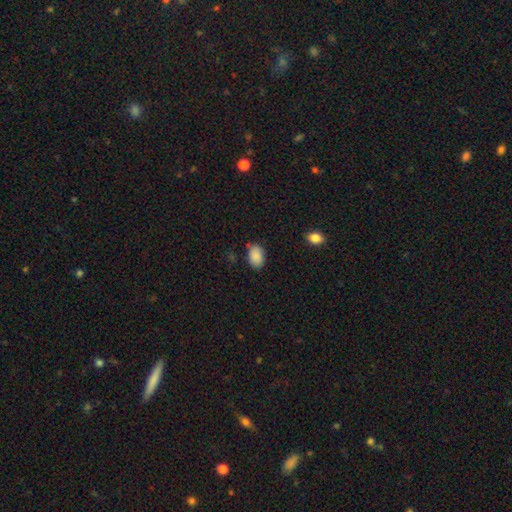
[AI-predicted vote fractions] The model was most divided on "merging": none: 77%, minor disturbance: 17%, major disturbance: 3%, merger: 3%. More confident: smooth or featured — smooth (88%); how rounded — in between (86%).